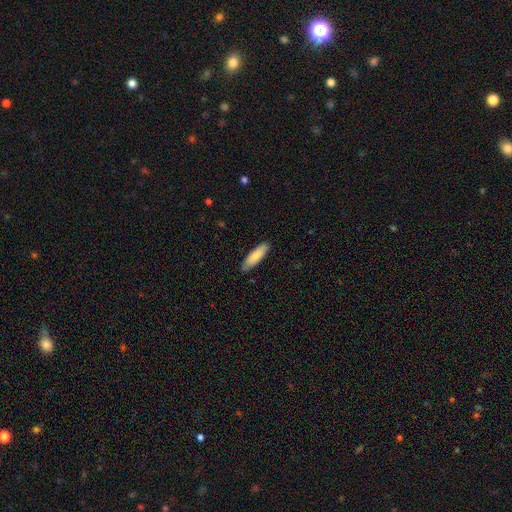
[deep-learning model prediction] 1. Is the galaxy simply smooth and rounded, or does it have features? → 85% smooth, 9% featured or disk, 5% star or artifact.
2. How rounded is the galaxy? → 56% cigar-shaped, 43% in between, 1% round.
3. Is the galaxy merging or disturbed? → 84% none, 13% minor disturbance, 2% major disturbance, 1% merger.